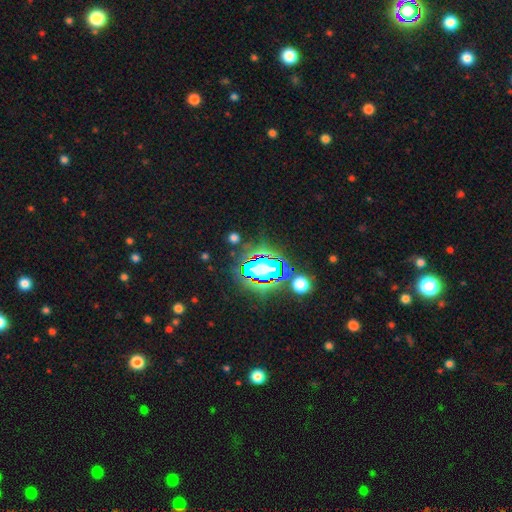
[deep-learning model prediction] Overall: star or artifact (83%).